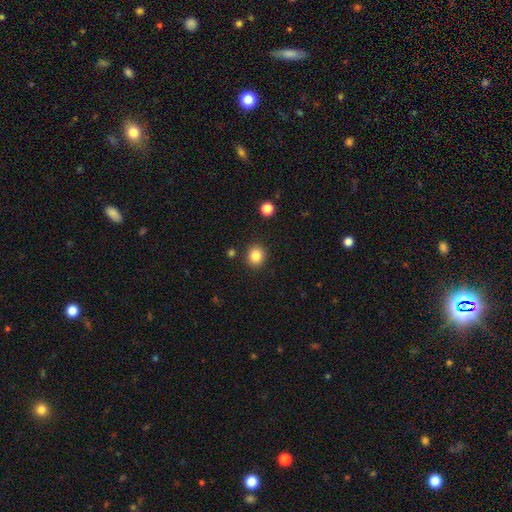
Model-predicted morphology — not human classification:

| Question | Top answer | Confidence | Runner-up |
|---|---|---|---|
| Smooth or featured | smooth | 85% | star or artifact (10%) |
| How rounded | round | 78% | in between (21%) |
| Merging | none | 89% | minor disturbance (7%) |